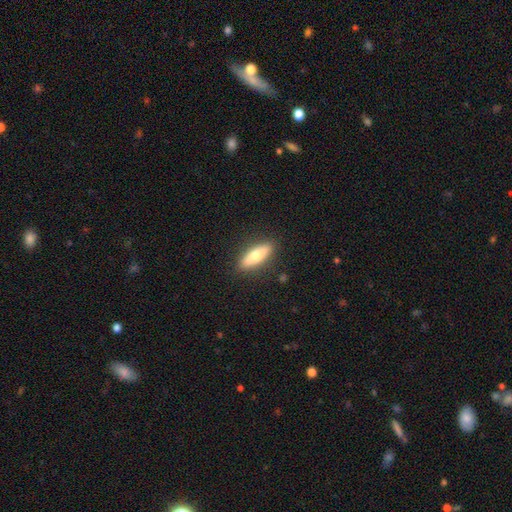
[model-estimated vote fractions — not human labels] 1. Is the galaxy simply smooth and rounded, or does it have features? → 64% smooth, 30% featured or disk, 6% star or artifact.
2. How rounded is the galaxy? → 56% in between, 42% cigar-shaped, 3% round.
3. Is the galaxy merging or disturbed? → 88% none, 9% minor disturbance, 2% major disturbance, 1% merger.